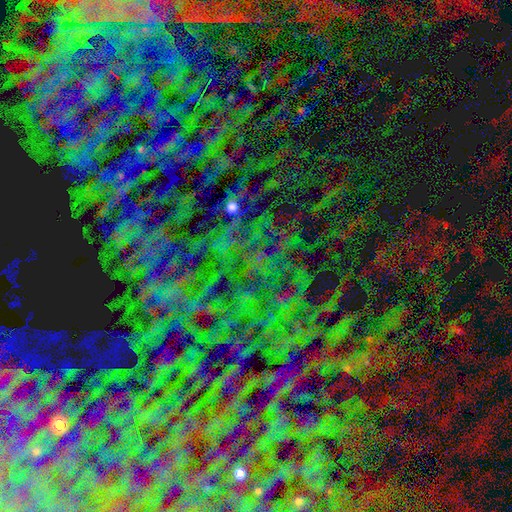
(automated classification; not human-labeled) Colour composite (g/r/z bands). It shows a star or artifact, not a galaxy (84%).